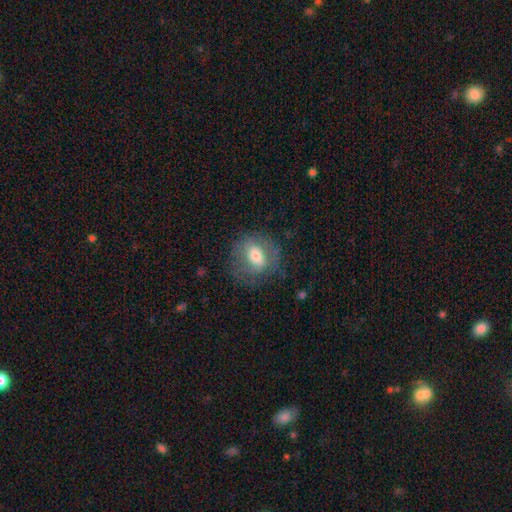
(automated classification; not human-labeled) Q: Smooth or featured?
A: smooth (54%); runner-up: featured or disk (37%)
Q: How rounded?
A: round (63%); runner-up: in between (36%)
Q: Merging?
A: none (66%); runner-up: minor disturbance (19%)